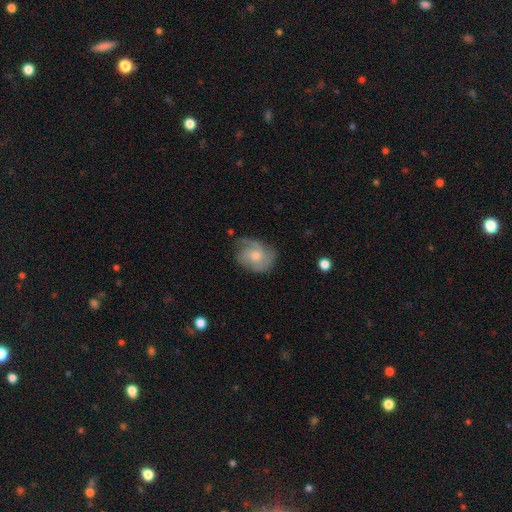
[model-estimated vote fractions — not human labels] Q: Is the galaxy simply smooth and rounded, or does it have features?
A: featured or disk — 63%.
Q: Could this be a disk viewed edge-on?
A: no — 97%.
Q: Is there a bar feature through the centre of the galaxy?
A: no — 76%.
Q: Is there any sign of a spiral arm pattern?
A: yes — 87%.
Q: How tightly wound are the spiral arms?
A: medium — 41%.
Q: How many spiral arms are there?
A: can't tell — 29%.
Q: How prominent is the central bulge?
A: moderate — 59%.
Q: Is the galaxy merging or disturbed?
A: none — 60%.